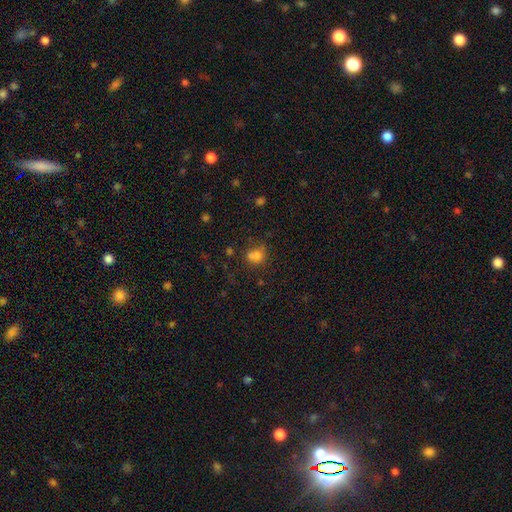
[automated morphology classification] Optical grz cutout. It shows a smooth galaxy with no disk features (74%) that is round (58%). Merging: none (42%).